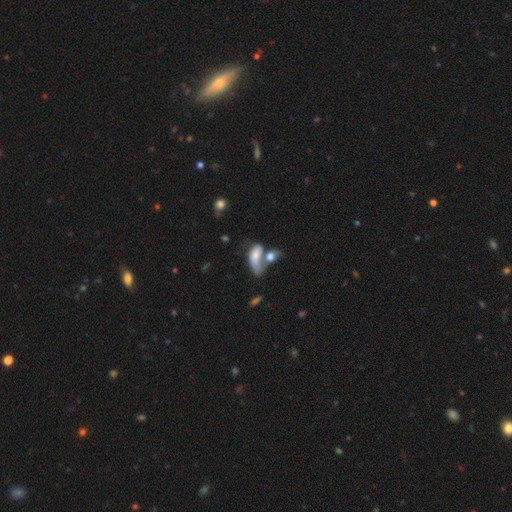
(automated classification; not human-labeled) Overall: smooth (66%). How rounded: in between (86%). Merging: merger (55%; major disturbance 17%).